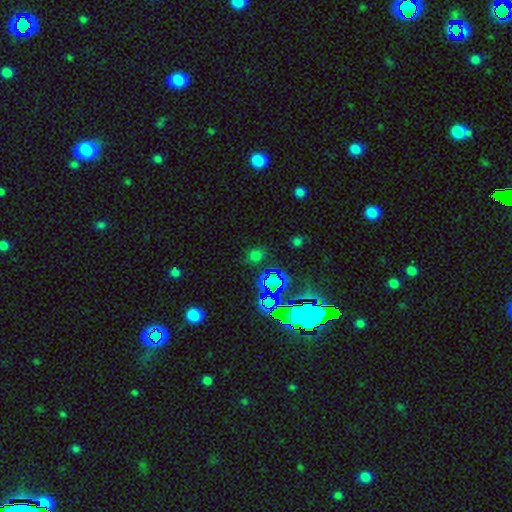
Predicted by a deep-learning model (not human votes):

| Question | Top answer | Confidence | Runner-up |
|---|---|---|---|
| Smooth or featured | smooth | 51% | star or artifact (42%) |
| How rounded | round | 75% | in between (23%) |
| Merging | none | 82% | minor disturbance (10%) |